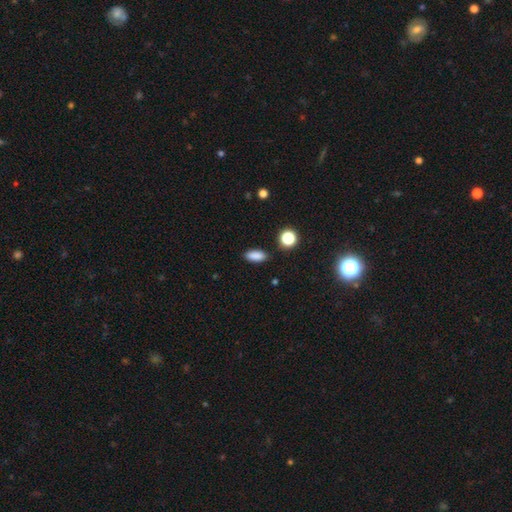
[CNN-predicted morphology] Q: Smooth or featured?
A: smooth (86%); runner-up: star or artifact (10%)
Q: How rounded?
A: in between (82%); runner-up: cigar-shaped (12%)
Q: Merging?
A: none (86%); runner-up: minor disturbance (9%)